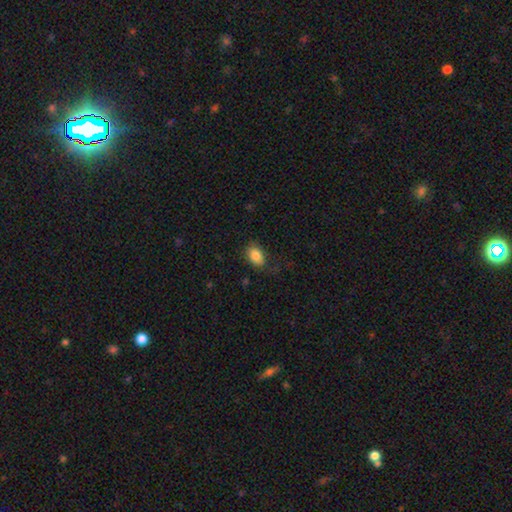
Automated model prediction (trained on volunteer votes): This is clearly a smooth galaxy (85%). How rounded: clearly in between (82%). Merging: likely none (77%).